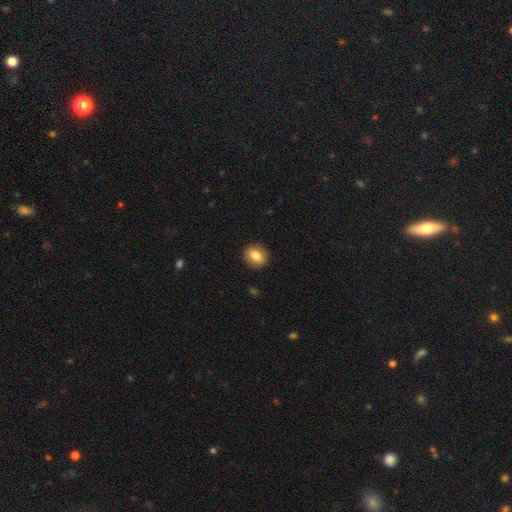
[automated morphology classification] Overall: smooth (78%). How rounded: round (80%). Merging: none (92%).